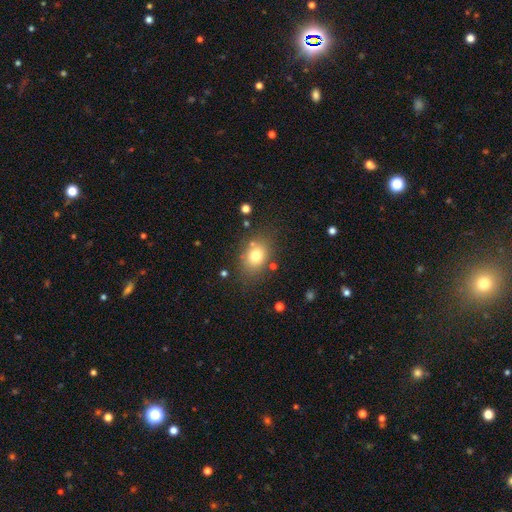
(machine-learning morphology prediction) Q: Smooth or featured?
A: smooth (75%); runner-up: featured or disk (12%)
Q: How rounded?
A: in between (57%); runner-up: round (42%)
Q: Merging?
A: none (77%); runner-up: minor disturbance (13%)